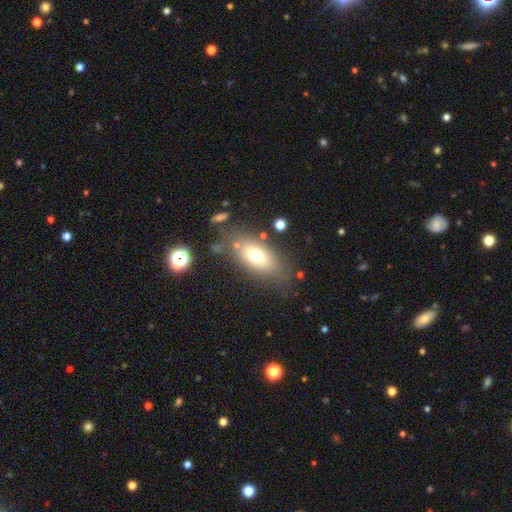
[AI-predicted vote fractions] Q: Smooth or featured?
A: smooth (71%); runner-up: featured or disk (19%)
Q: How rounded?
A: in between (85%); runner-up: round (8%)
Q: Merging?
A: none (71%); runner-up: minor disturbance (16%)